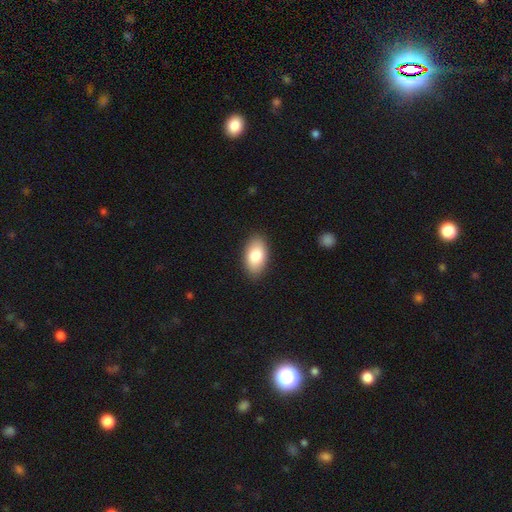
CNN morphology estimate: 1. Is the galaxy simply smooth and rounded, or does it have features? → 82% smooth, 12% featured or disk, 6% star or artifact.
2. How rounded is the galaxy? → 94% in between, 5% round, 2% cigar-shaped.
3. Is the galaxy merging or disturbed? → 88% none, 9% minor disturbance, 2% major disturbance, 1% merger.